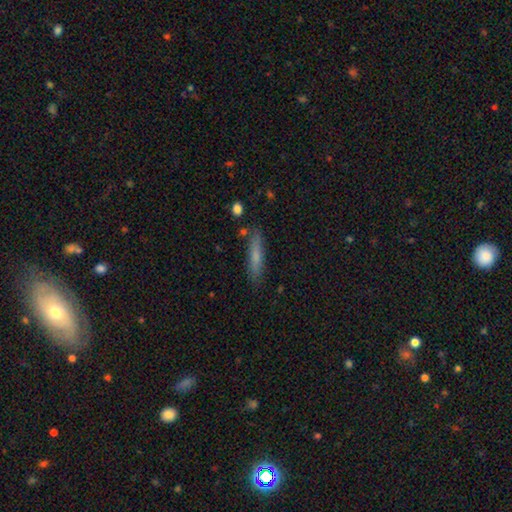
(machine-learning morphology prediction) Smooth or featured?
  - smooth: 66% *
  - featured or disk: 27%
  - star or artifact: 7%
How rounded?
  - cigar-shaped: 88% *
  - in between: 11%
  - round: 2%
Merging?
  - none: 83% *
  - minor disturbance: 12%
  - merger: 3%
  - major disturbance: 2%